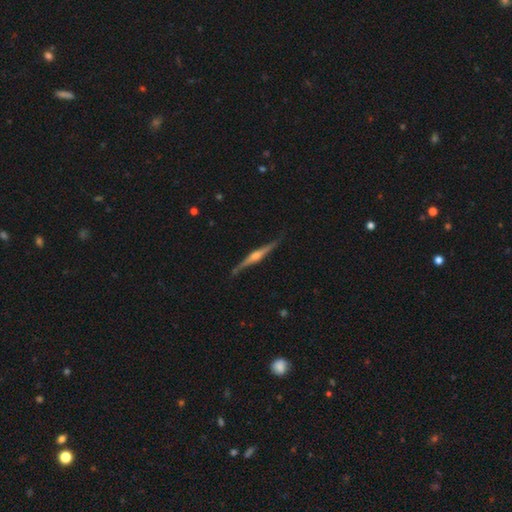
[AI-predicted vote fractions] A featured or disk galaxy (84%) viewed edge-on (98%) with a rounded central bulge (88%).

Vote fractions:
- Smooth or featured? featured or disk: 84% / smooth: 11% / star or artifact: 5%
- Edge-on disk? yes: 98% / no: 2%
- Edge-on bulge? rounded: 88% / boxy: 8% / none: 5%
- Merging? none: 87% / minor disturbance: 10% / major disturbance: 2% / merger: 1%